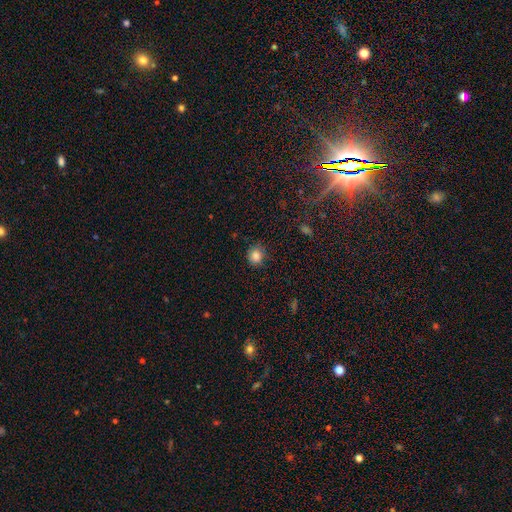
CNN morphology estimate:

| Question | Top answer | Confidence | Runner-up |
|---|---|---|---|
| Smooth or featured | smooth | 84% | star or artifact (11%) |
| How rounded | round | 79% | in between (20%) |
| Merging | none | 79% | minor disturbance (16%) |